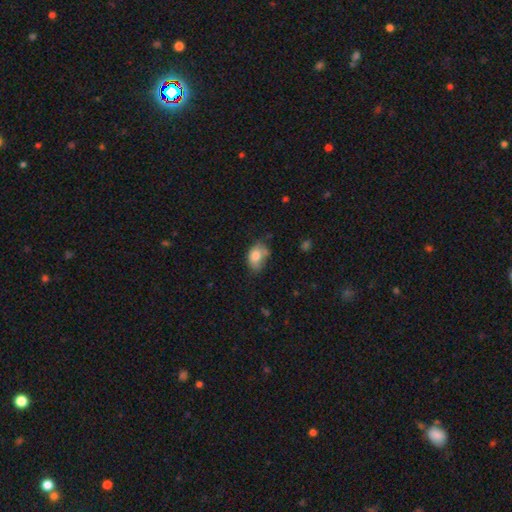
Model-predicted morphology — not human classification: Q: Smooth or featured?
A: smooth (76%); runner-up: featured or disk (15%)
Q: How rounded?
A: in between (79%); runner-up: round (19%)
Q: Merging?
A: none (39%); runner-up: minor disturbance (36%)